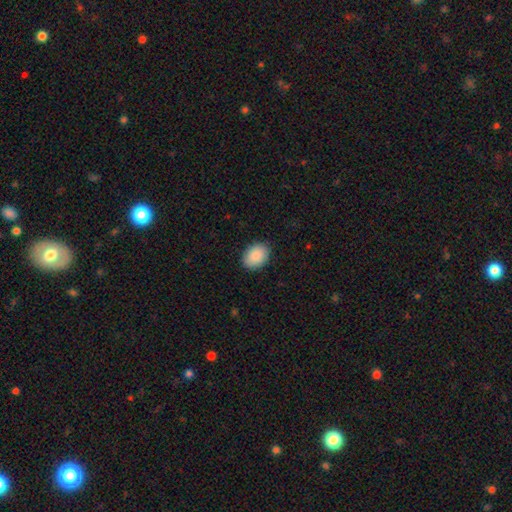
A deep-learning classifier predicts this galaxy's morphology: Overall: smooth (89%). How rounded: in between (74%). Merging: none (88%).